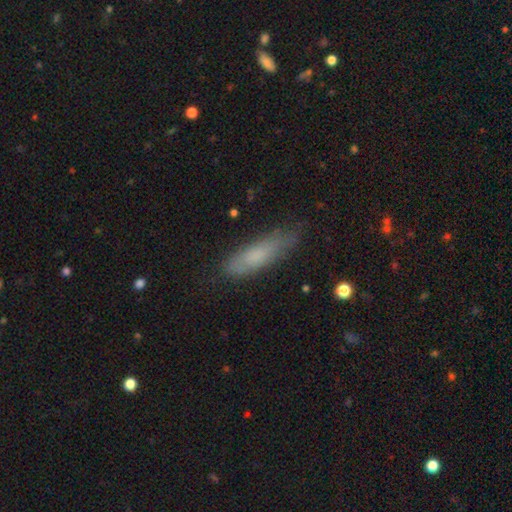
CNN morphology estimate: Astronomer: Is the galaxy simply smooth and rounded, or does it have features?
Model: smooth — 73%.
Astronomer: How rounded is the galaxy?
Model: cigar-shaped — 61% (runner-up: in between, 38%).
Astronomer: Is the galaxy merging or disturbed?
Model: none — 70%.